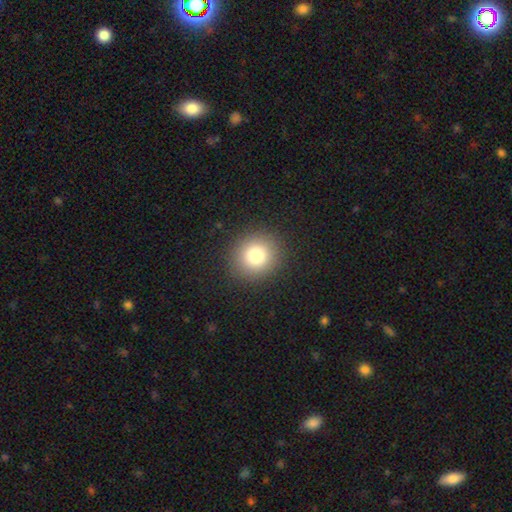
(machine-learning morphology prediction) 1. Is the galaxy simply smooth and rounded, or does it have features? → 79% smooth, 13% star or artifact, 8% featured or disk.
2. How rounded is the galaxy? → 88% round, 11% in between, 1% cigar-shaped.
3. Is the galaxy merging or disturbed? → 91% none, 6% minor disturbance, 3% major disturbance, 1% merger.